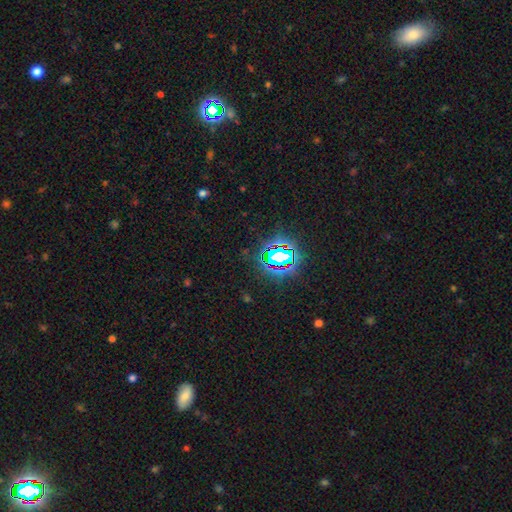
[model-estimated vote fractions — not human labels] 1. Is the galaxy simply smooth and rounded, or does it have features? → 80% star or artifact, 12% smooth, 7% featured or disk.